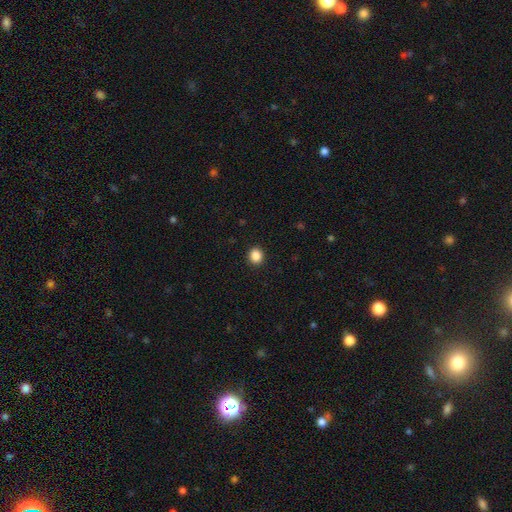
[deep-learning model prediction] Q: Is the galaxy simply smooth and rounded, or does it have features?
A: smooth — 87%.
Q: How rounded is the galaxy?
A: round — 82%.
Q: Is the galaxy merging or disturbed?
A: none — 92%.